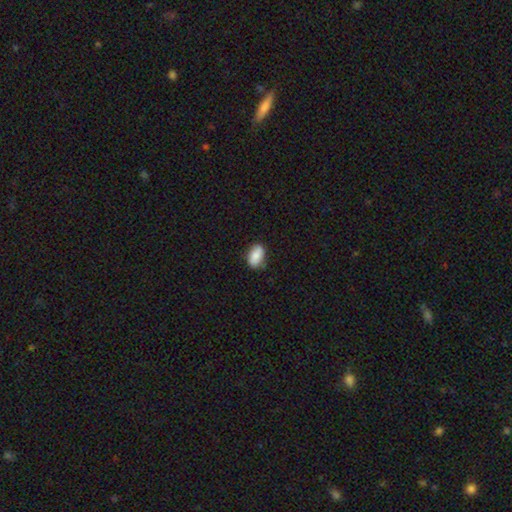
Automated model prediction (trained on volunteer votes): This appears to be a smooth galaxy with no disk features (85%) that is in between round and cigar-shaped (91%). Merging: none (78%).